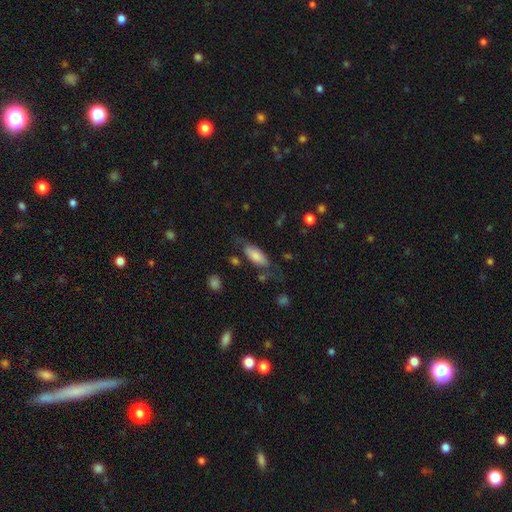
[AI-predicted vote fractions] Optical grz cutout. It shows a smooth galaxy with no disk features (72%) that is in between round and cigar-shaped (79%). Merging: none (55%).